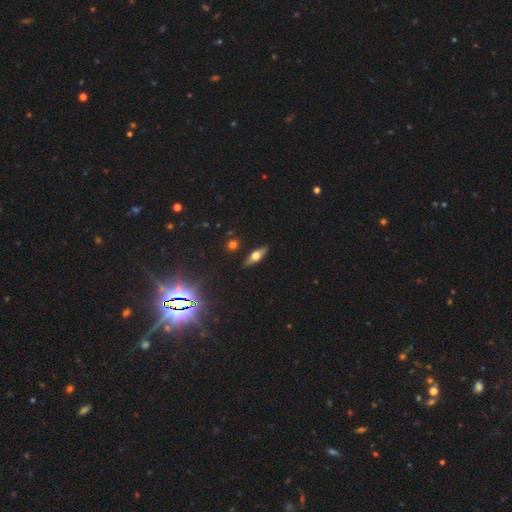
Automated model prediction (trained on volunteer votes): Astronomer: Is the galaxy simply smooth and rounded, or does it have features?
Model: featured or disk — 46% (runner-up: smooth, 45%).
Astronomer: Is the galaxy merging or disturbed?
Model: none — 87%.